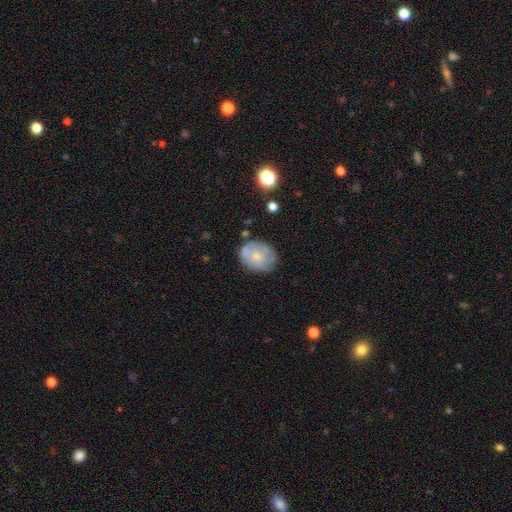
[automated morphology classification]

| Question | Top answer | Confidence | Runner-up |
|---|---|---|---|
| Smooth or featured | smooth | 50% | featured or disk (43%) |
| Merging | none | 65% | minor disturbance (24%) |